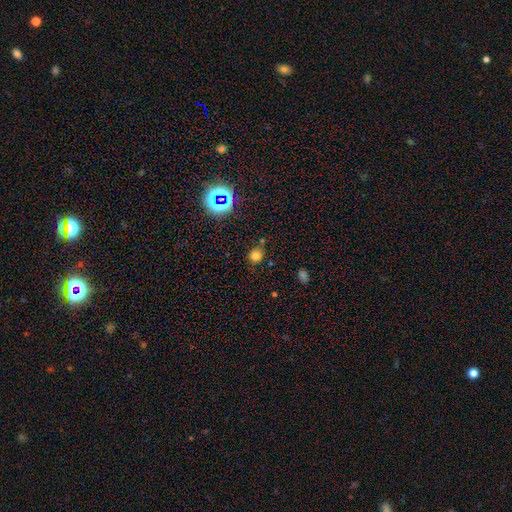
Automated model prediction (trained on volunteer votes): Smooth or featured: smooth — 73% (star or artifact — 20%)
How rounded: round — 78% (in between — 21%)
Merging: none — 74% (minor disturbance — 15%)